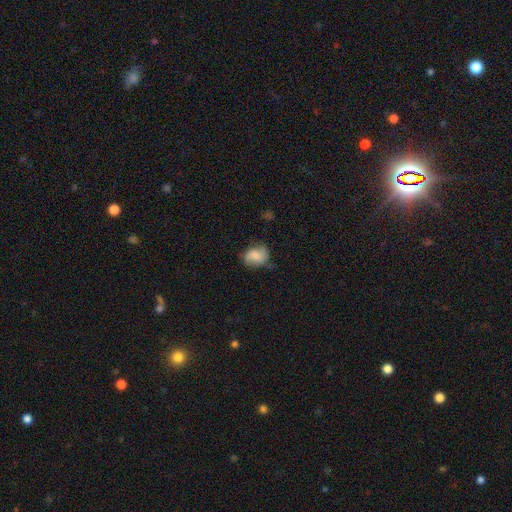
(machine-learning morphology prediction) The model was most divided on "how rounded": in between: 55%, round: 44%, cigar-shaped: 1%. More confident: smooth or featured — smooth (66%); merging — none (57%).